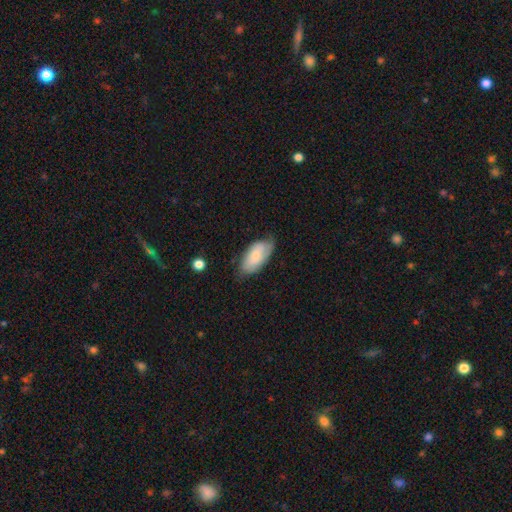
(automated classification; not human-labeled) Morphology: type=smooth (68%); roundness=in between (92%); merging=none (62%).